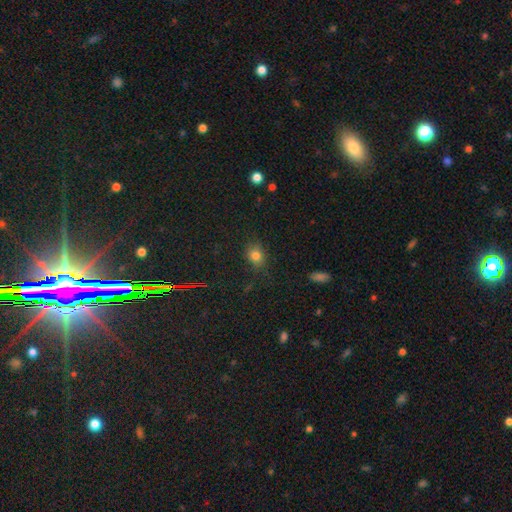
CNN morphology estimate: This is likely a smooth galaxy (76%). How rounded: possibly round (54%). Merging: likely none (78%).